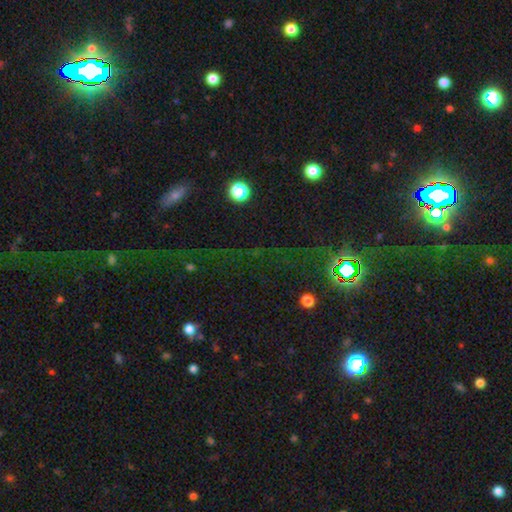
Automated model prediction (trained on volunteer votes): Q: Smooth or featured?
A: star or artifact (69%); runner-up: smooth (19%)